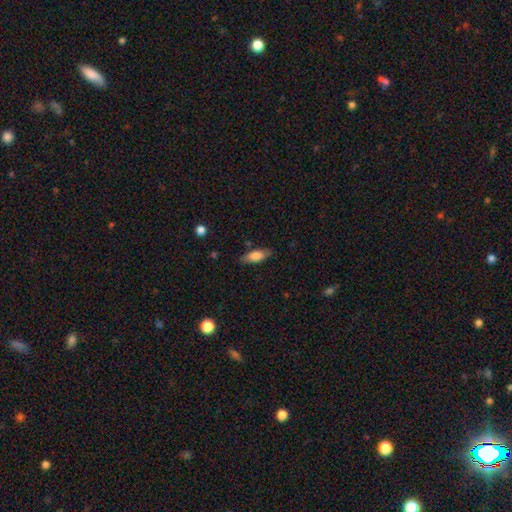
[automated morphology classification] Q: Smooth or featured?
A: smooth (75%); runner-up: featured or disk (18%)
Q: How rounded?
A: in between (68%); runner-up: cigar-shaped (30%)
Q: Merging?
A: none (82%); runner-up: minor disturbance (13%)